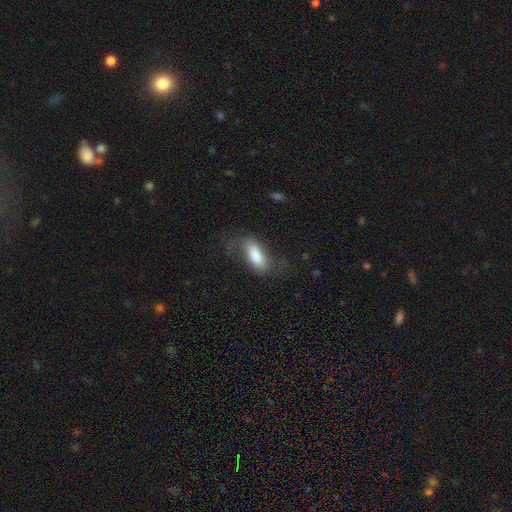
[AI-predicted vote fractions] The model was most divided on "merging": none: 54%, minor disturbance: 25%, major disturbance: 20%, merger: 2%. More confident: how rounded — in between (73%); smooth or featured — smooth (70%).